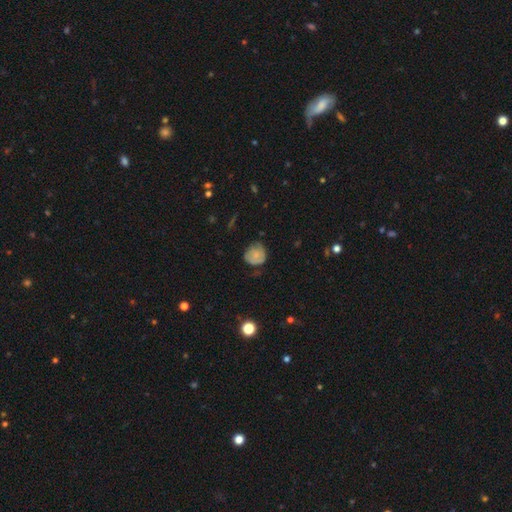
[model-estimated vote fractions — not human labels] A smooth galaxy with no disk features (60%) that is round (78%). Merging: none (53%).